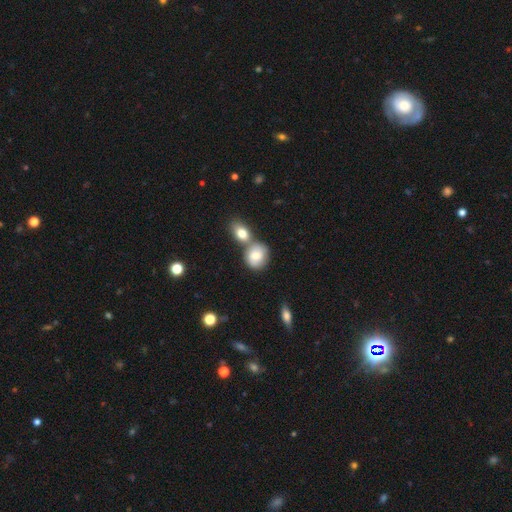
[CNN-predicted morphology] A smooth galaxy with no disk features (73%) that is round (63%).

Vote fractions:
- Smooth or featured? smooth: 73% / featured or disk: 19% / star or artifact: 8%
- How rounded? round: 63% / in between: 35% / cigar-shaped: 1%
- Merging? none: 43% / merger: 42% / minor disturbance: 11% / major disturbance: 4%